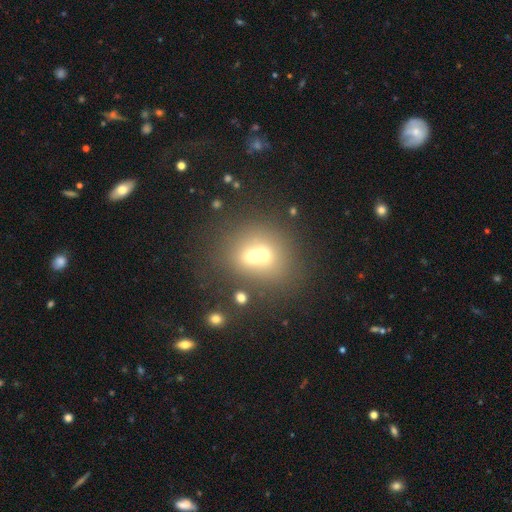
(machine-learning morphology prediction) smooth 56%, featured or disk 24%, star or artifact 20%. Down the decision tree: how rounded — round (75%); merging — merger (58%).